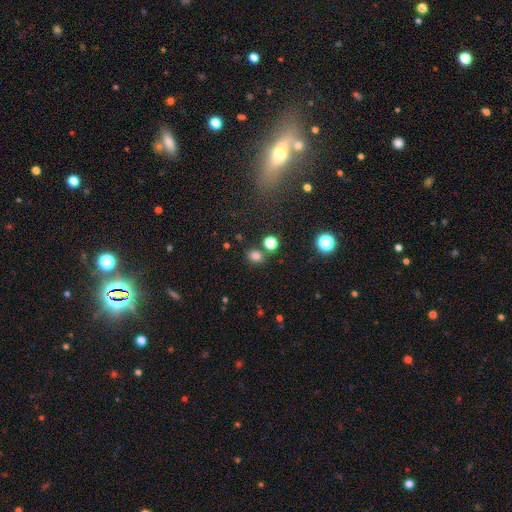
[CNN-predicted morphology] Q: Smooth or featured?
A: smooth (78%); runner-up: star or artifact (17%)
Q: How rounded?
A: round (58%); runner-up: in between (41%)
Q: Merging?
A: none (77%); runner-up: minor disturbance (10%)